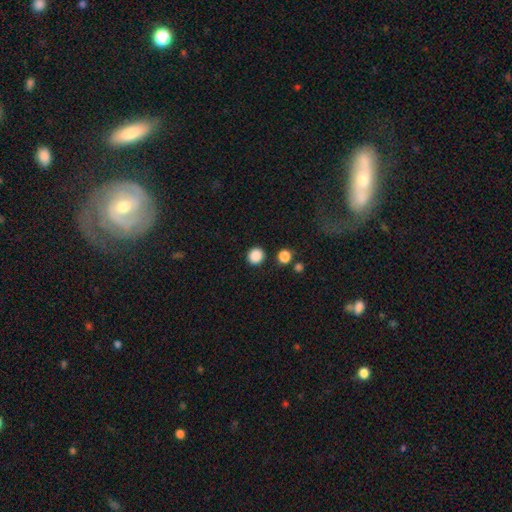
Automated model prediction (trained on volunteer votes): Smooth or featured: smooth — 87% (star or artifact — 10%)
How rounded: round — 90% (in between — 10%)
Merging: none — 88% (minor disturbance — 6%)